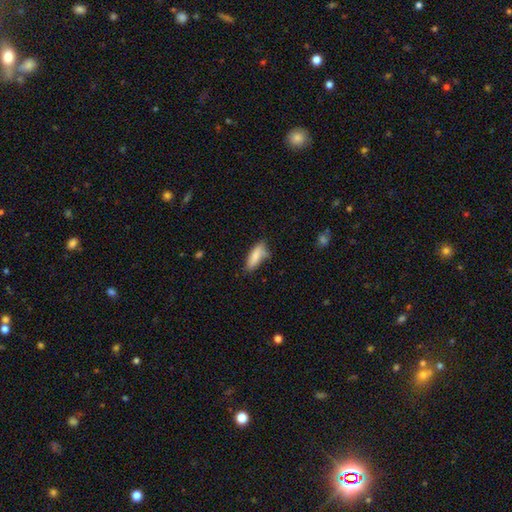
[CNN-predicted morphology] This appears to be a smooth galaxy with no disk features (83%) that is in between round and cigar-shaped (61%). Merging: none (59%).